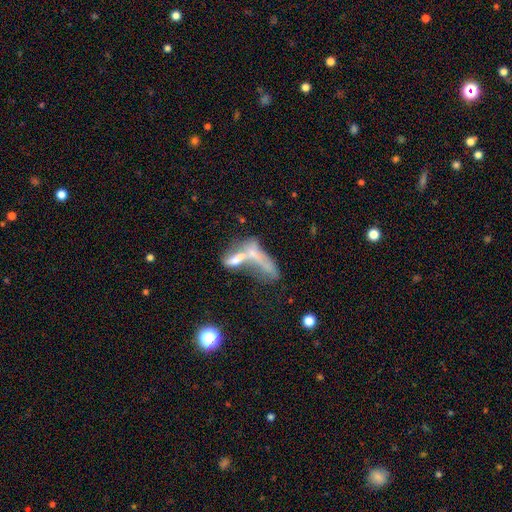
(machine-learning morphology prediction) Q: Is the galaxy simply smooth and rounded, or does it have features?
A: featured or disk — 44%.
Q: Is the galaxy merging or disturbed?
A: merger — 59%.